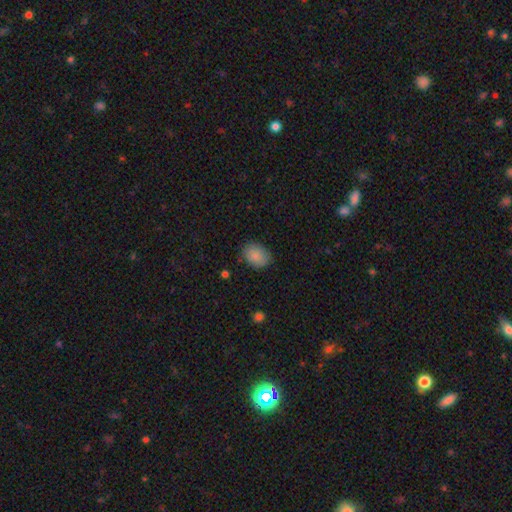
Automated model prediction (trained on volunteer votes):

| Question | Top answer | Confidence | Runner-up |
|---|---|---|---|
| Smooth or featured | smooth | 87% | star or artifact (7%) |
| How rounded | in between | 66% | round (33%) |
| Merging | none | 81% | minor disturbance (15%) |